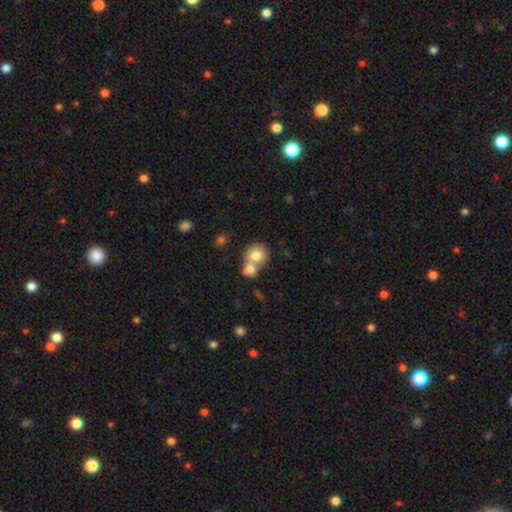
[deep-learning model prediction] Overall: smooth (77%). How rounded: round (80%). Merging: merger (60%; none 31%).